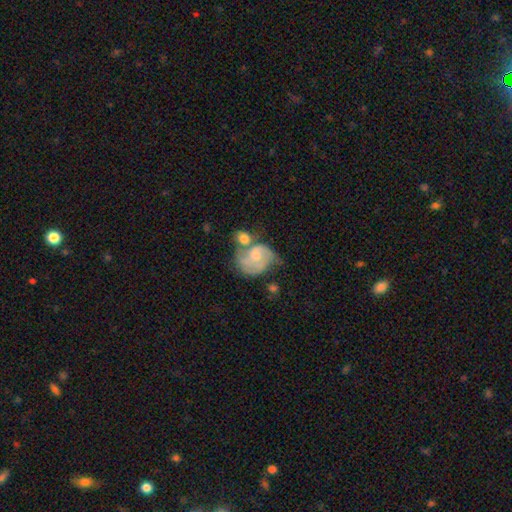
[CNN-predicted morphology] A featured or disk galaxy (66%) with no bar (69%), 2 (59%) medium (45%) spiral arms (82%) and a moderate central bulge (49%). Merging: merger (38%).